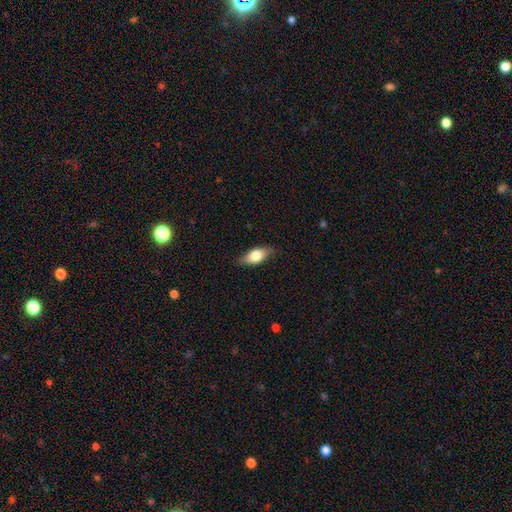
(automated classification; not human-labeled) Q: Smooth or featured?
A: smooth (69%); runner-up: featured or disk (24%)
Q: How rounded?
A: in between (83%); runner-up: cigar-shaped (12%)
Q: Merging?
A: none (84%); runner-up: minor disturbance (13%)